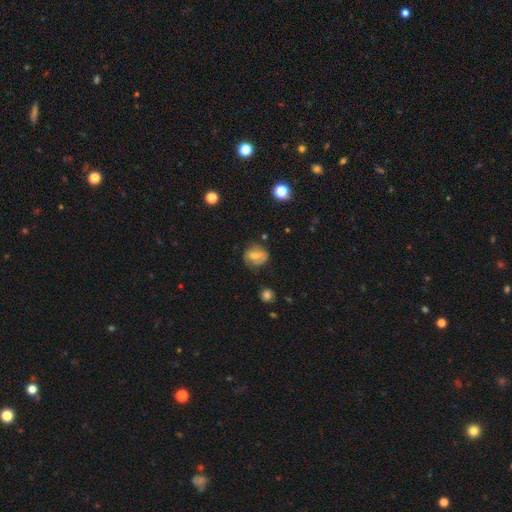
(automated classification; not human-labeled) The model was most divided on "smooth or featured": featured or disk: 51%, smooth: 39%, star or artifact: 10%. More confident: edge-on disk — no (95%); merging — none (64%).